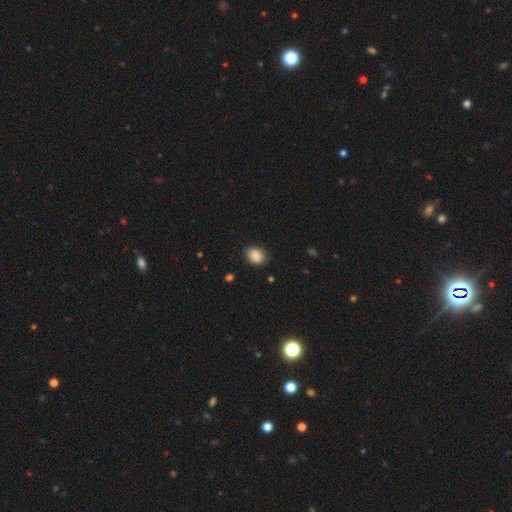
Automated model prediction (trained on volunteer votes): A smooth galaxy with no disk features (89%) that is in between round and cigar-shaped (59%). Merging: none (86%).